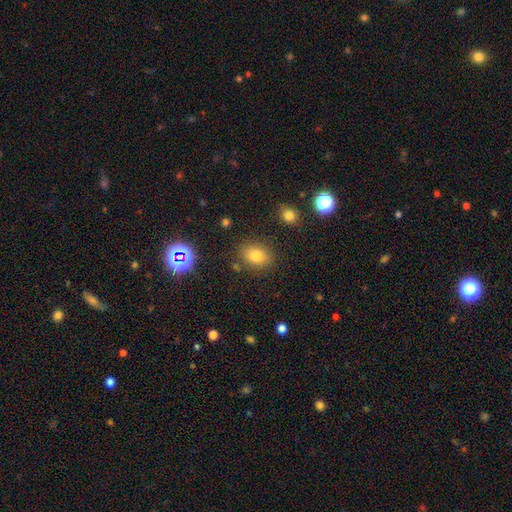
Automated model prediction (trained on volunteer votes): A smooth galaxy with no disk features (77%) that is in between round and cigar-shaped (66%). Merging: none (80%).